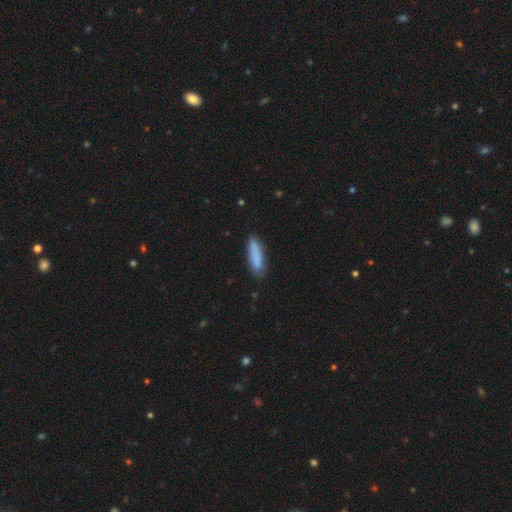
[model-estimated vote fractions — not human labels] This is clearly a smooth galaxy (85%). How rounded: likely cigar-shaped (72%). Merging: likely none (80%).